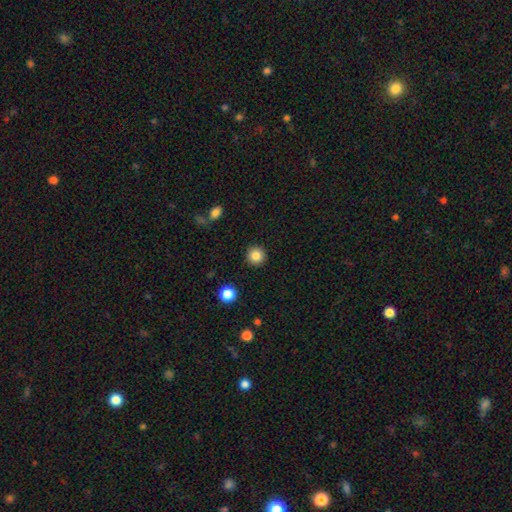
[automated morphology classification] Smooth or featured? Predicted: smooth (p=0.84). How rounded? Predicted: round (p=0.95). Merging? Predicted: none (p=0.92).